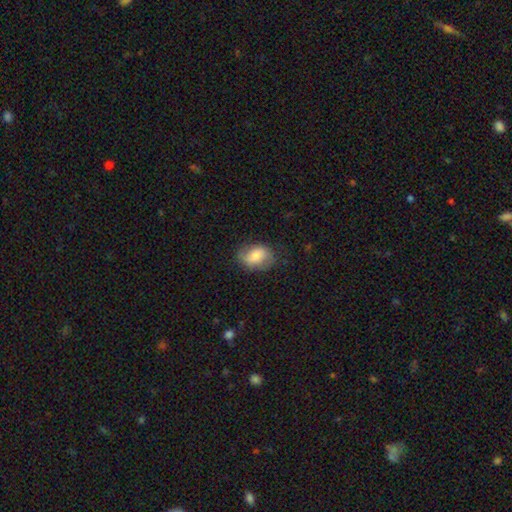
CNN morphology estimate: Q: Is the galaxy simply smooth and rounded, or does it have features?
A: smooth — 70%.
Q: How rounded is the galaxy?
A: in between — 78%.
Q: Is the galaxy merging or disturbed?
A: none — 69%.